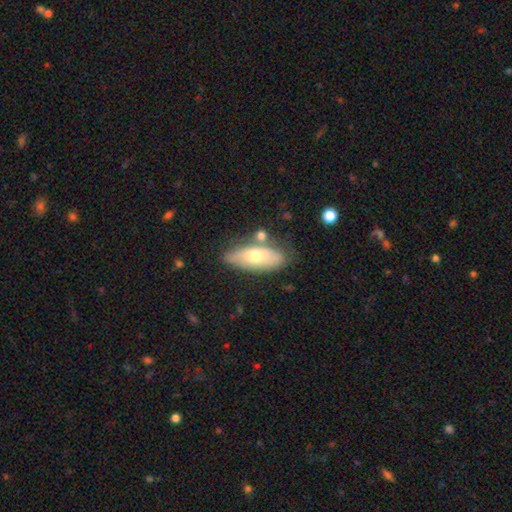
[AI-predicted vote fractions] smooth_or_featured: smooth (p=0.60) [alt: featured or disk p=0.34]
how_rounded: in between (p=0.76) [alt: cigar-shaped p=0.22]
merging: none (p=0.73) [alt: minor disturbance p=0.17]